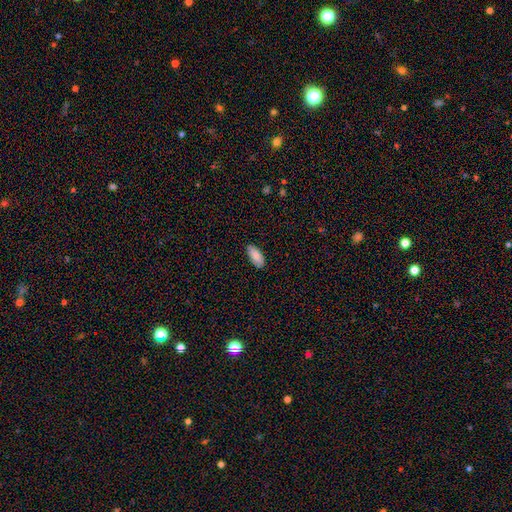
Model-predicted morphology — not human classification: This appears to be a smooth galaxy with no disk features (87%) that is in between round and cigar-shaped (91%). Merging: none (83%).